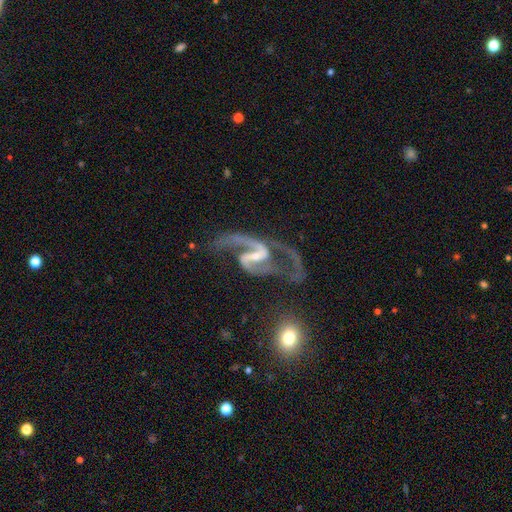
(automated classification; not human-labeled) Overall: featured or disk (92%). Edge-on disk: no (97%). Bar: strong (42%, tied with weak). Spiral arms: yes (97%). Spiral arm count: 2 (91%). Spiral winding: loose (53%; medium 39%). Bulge size: small (67%). Merging: none (45%; major disturbance 31%).